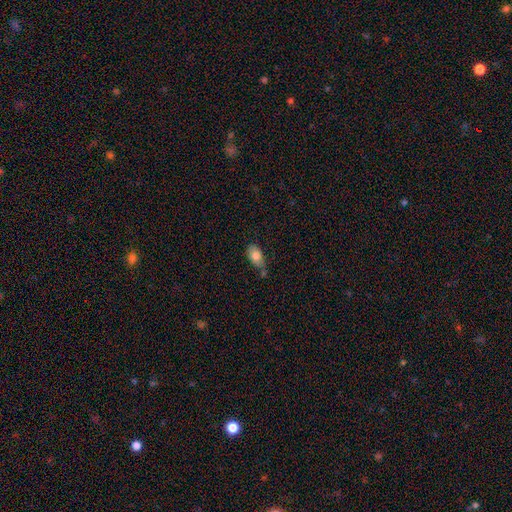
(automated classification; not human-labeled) A smooth galaxy with no disk features (80%) that is in between round and cigar-shaped (88%).

Vote fractions:
- Smooth or featured? smooth: 80% / featured or disk: 13% / star or artifact: 8%
- How rounded? in between: 88% / round: 9% / cigar-shaped: 3%
- Merging? none: 51% / minor disturbance: 31% / merger: 11% / major disturbance: 7%